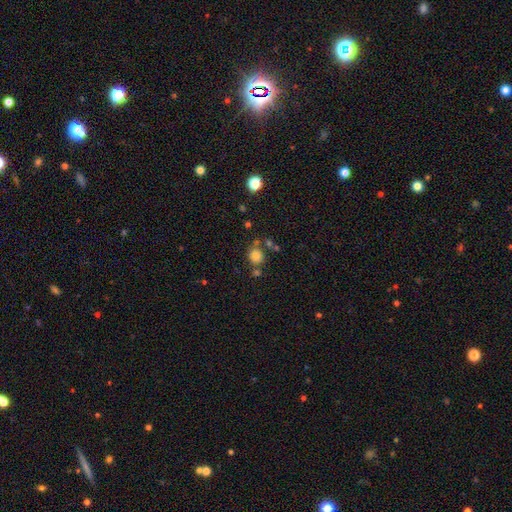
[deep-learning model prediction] Morphology: type=smooth (79%); roundness=round (82%); merging=none (68%).